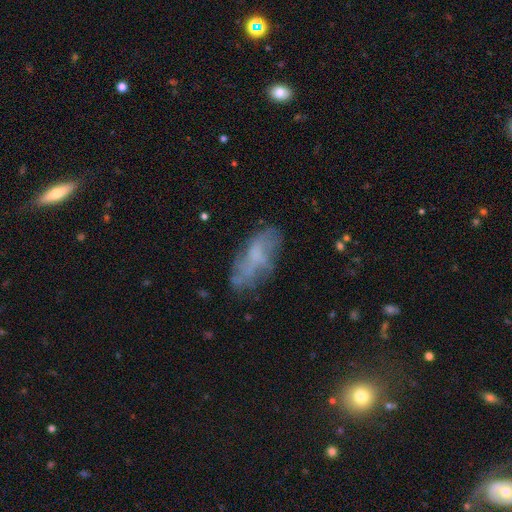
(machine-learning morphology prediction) The model was most divided on "smooth or featured": featured or disk: 45%, smooth: 44%, star or artifact: 11%. More confident: merging — none (63%).